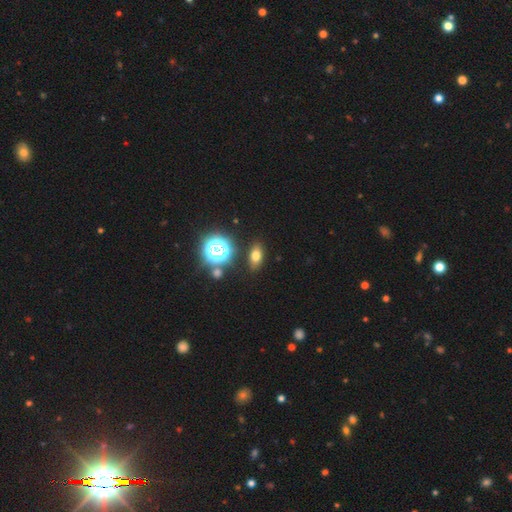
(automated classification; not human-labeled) A smooth galaxy with no disk features (70%) that is in between round and cigar-shaped (74%). Merging: none (85%).